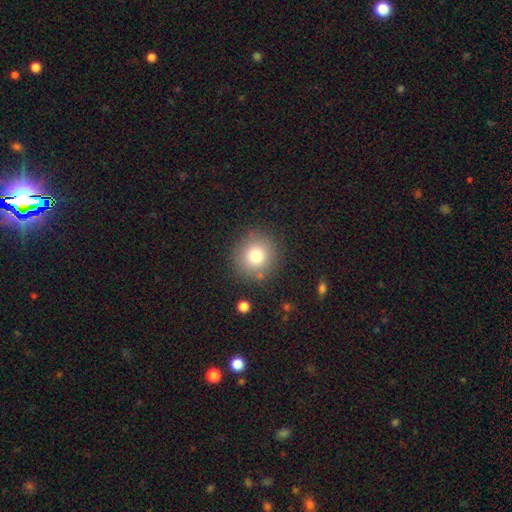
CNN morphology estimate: type=smooth (78%); roundness=round (93%); merging=none (89%).